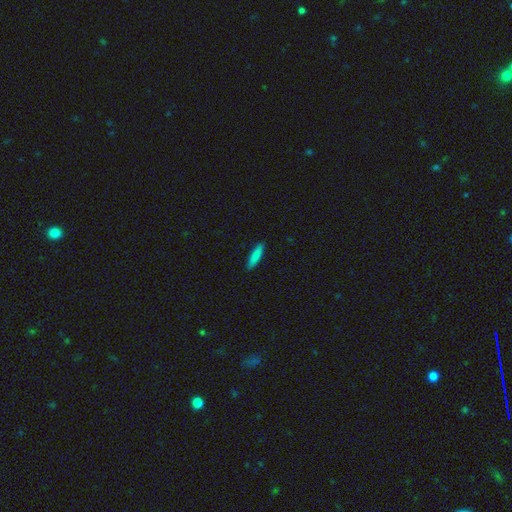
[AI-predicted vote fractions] Q: Smooth or featured?
A: smooth (83%); runner-up: featured or disk (10%)
Q: How rounded?
A: cigar-shaped (80%); runner-up: in between (19%)
Q: Merging?
A: none (90%); runner-up: minor disturbance (7%)